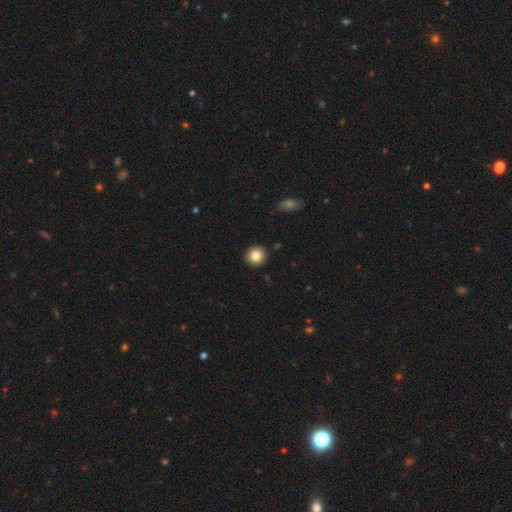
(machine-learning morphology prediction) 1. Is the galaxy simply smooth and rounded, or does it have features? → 84% smooth, 9% star or artifact, 7% featured or disk.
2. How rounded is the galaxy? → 93% round, 6% in between, 1% cigar-shaped.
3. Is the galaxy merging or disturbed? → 92% none, 5% minor disturbance, 1% major disturbance, 1% merger.